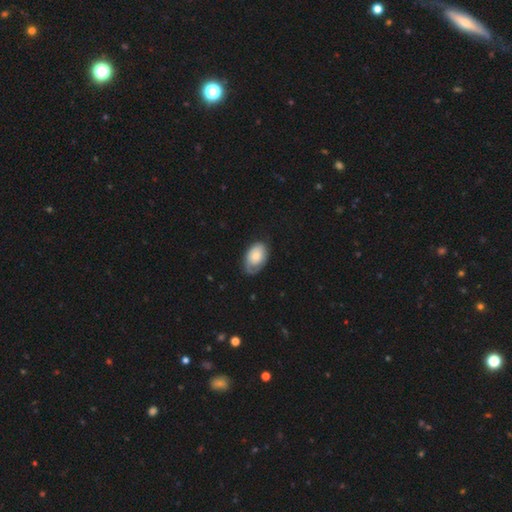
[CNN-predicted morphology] smooth_or_featured: smooth (p=0.55) [alt: featured or disk p=0.39]
how_rounded: in between (p=0.89) [alt: round p=0.10]
merging: none (p=0.57) [alt: minor disturbance p=0.28]